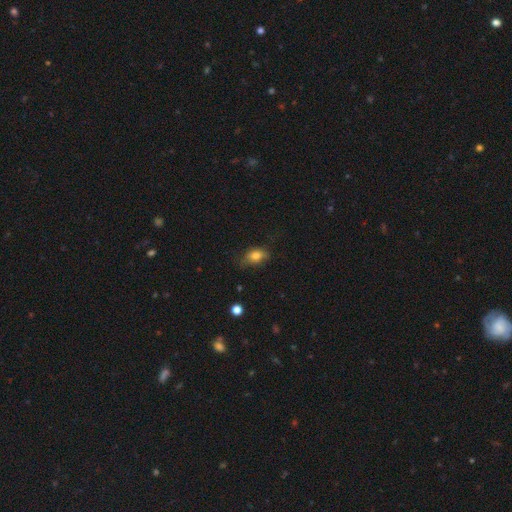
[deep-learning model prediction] This is likely a smooth galaxy (78%). How rounded: clearly in between (81%). Merging: likely none (65%).